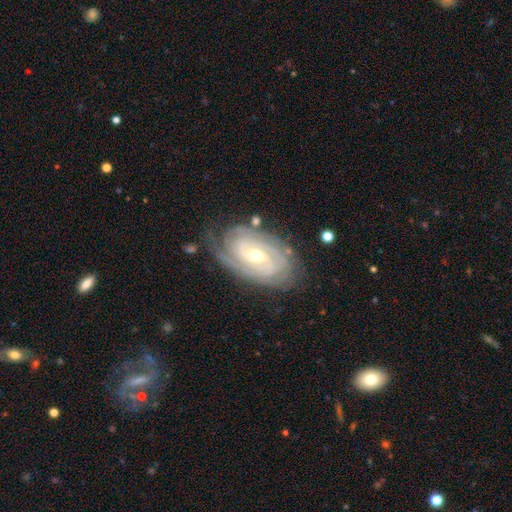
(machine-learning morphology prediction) Smooth or featured?
  - featured or disk: 89% *
  - smooth: 6%
  - star or artifact: 5%
Edge-on disk?
  - no: 96% *
  - yes: 4%
Bar?
  - no: 50% *
  - weak: 35%
  - strong: 14%
Spiral arms?
  - yes: 97% *
  - no: 3%
Spiral winding?
  - tight: 79% *
  - medium: 18%
  - loose: 3%
Spiral arm count?
  - 2: 31% *
  - can't tell: 24%
  - 3: 22%
  - 4: 13%
  - more than 4: 5%
  - 1: 5%
Bulge size?
  - small: 59% *
  - moderate: 39%
  - large: 1%
  - none: 1%
  - dominant: 1%
Merging?
  - none: 73% *
  - minor disturbance: 18%
  - major disturbance: 6%
  - merger: 2%